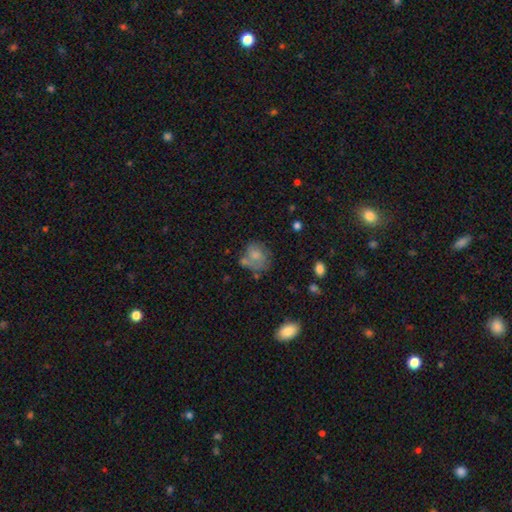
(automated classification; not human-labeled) Smooth or featured? Predicted: smooth (p=0.62). How rounded? Predicted: round (p=0.67). Merging? Predicted: none (p=0.46).